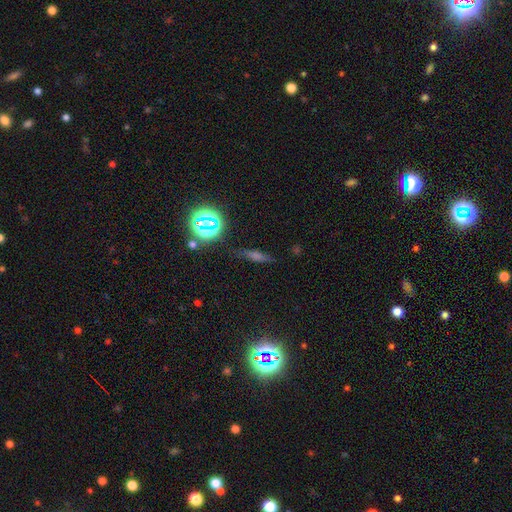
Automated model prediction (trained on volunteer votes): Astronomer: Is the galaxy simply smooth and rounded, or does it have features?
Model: smooth — 36% (runner-up: star or artifact, 34%).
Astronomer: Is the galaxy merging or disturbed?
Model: none — 83%.